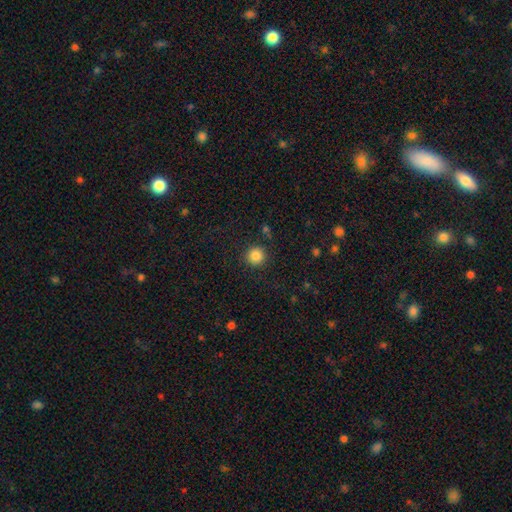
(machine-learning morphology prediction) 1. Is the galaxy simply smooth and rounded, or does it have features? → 85% smooth, 10% star or artifact, 4% featured or disk.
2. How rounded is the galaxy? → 94% round, 5% in between, 1% cigar-shaped.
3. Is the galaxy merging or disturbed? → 90% none, 6% minor disturbance, 2% major disturbance, 1% merger.